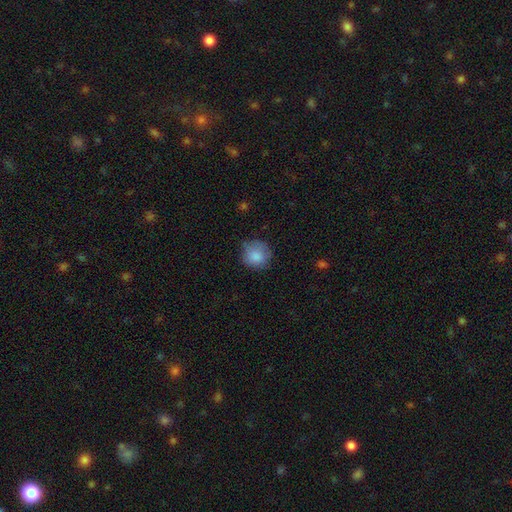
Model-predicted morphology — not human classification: This appears to be a smooth galaxy with no disk features (85%) that is round (91%). Merging: none (73%).